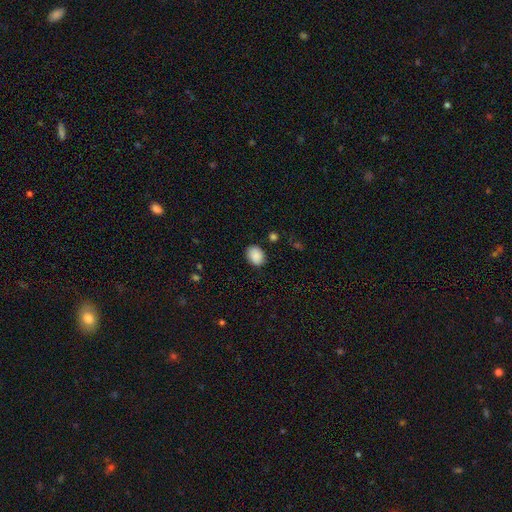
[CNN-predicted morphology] Smooth or featured? smooth (89%)
How rounded? in between (58%)
Merging? none (84%)